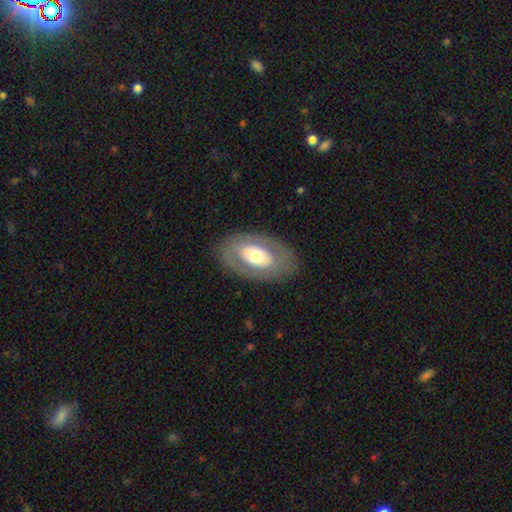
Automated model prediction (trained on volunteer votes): smooth_or_featured: featured or disk (p=0.54) [alt: smooth p=0.41]
disk_edge_on: no (p=0.90) [alt: yes p=0.10]
merging: none (p=0.82) [alt: minor disturbance p=0.11]